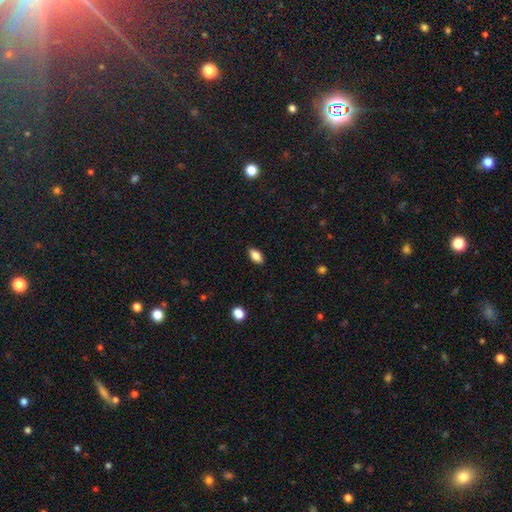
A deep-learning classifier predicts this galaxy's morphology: smooth 83%, featured or disk 9%, star or artifact 8%. Down the decision tree: how rounded — in between (88%); merging — none (88%).